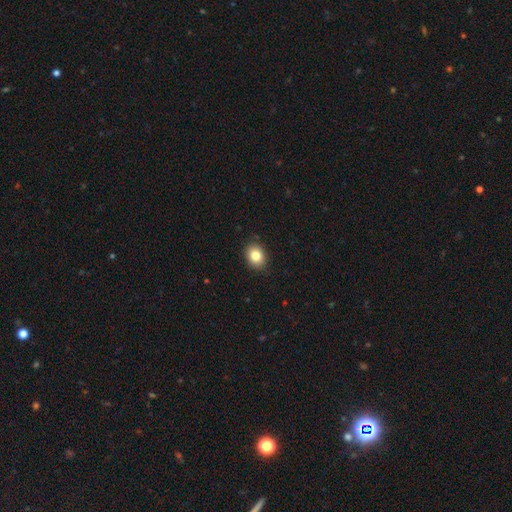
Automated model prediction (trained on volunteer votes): smooth-or-featured: smooth: 83% | star or artifact: 9% | featured or disk: 7%
  how-rounded: round: 50% | in between: 49% | cigar-shaped: 1%
  merging: none: 89% | minor disturbance: 8% | major disturbance: 2% | merger: 1%